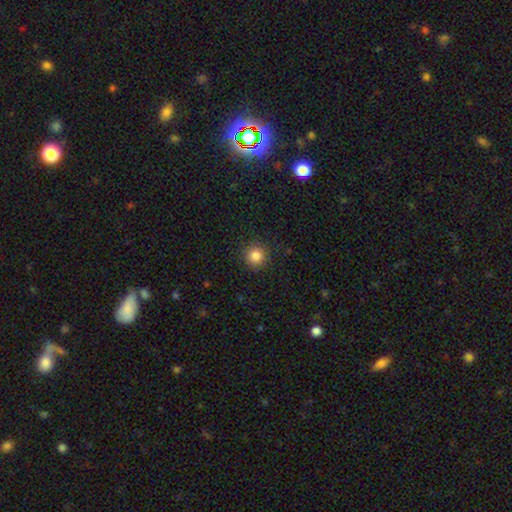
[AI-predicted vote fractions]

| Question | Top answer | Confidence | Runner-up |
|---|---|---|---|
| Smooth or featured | smooth | 85% | star or artifact (11%) |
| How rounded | round | 94% | in between (5%) |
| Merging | none | 90% | minor disturbance (7%) |